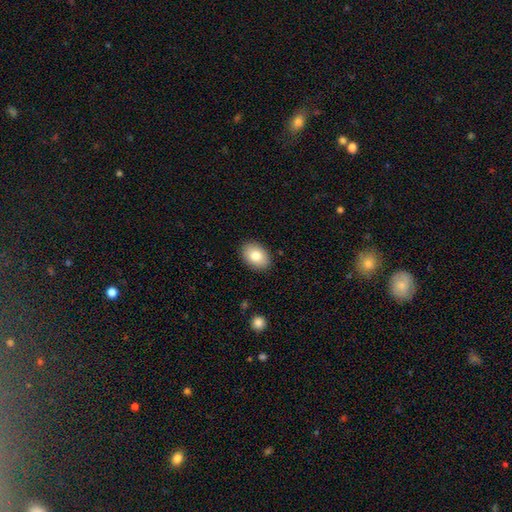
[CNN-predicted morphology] This appears to be a smooth galaxy with no disk features (82%) that is in between round and cigar-shaped (80%). Merging: none (89%).